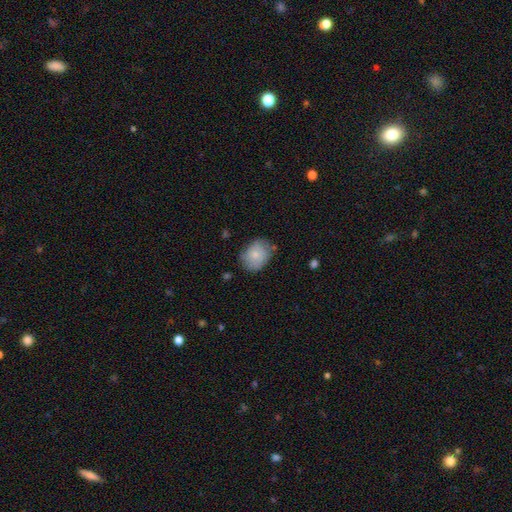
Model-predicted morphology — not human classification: Smooth or featured? smooth (74%)
How rounded? in between (56%)
Merging? none (65%)